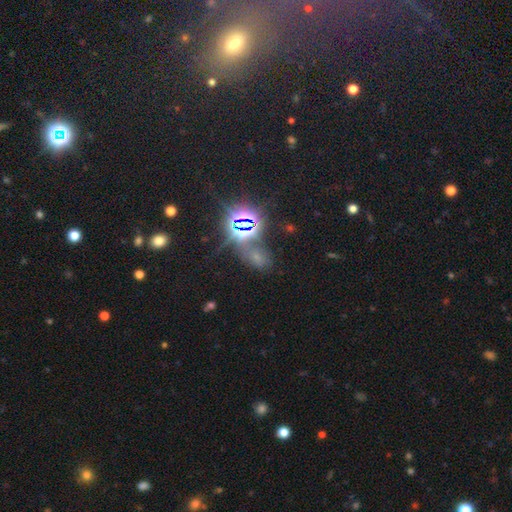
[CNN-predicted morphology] A star or artifact, not a galaxy (65%).